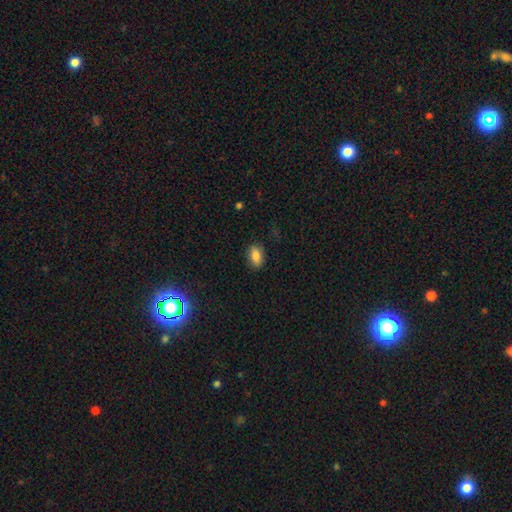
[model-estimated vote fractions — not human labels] Morphology: type=smooth (83%); roundness=in between (89%); merging=none (84%).